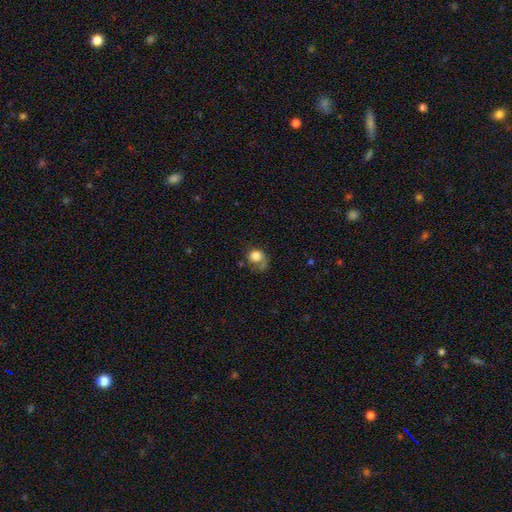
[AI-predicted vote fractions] A smooth galaxy with no disk features (73%) that is round (65%). Merging: major disturbance (37%).